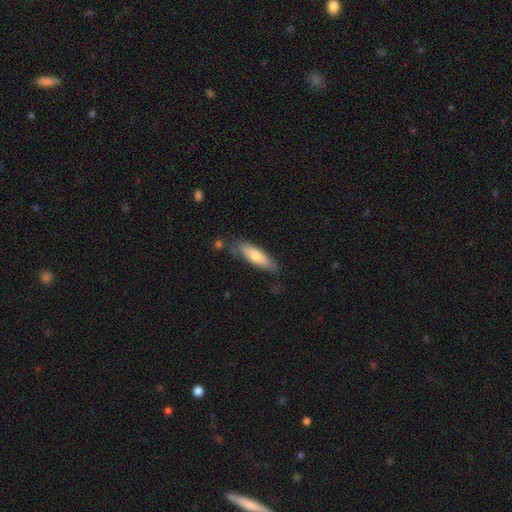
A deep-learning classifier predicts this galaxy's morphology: Smooth or featured? smooth (68%)
How rounded? cigar-shaped (62%)
Merging? none (76%)